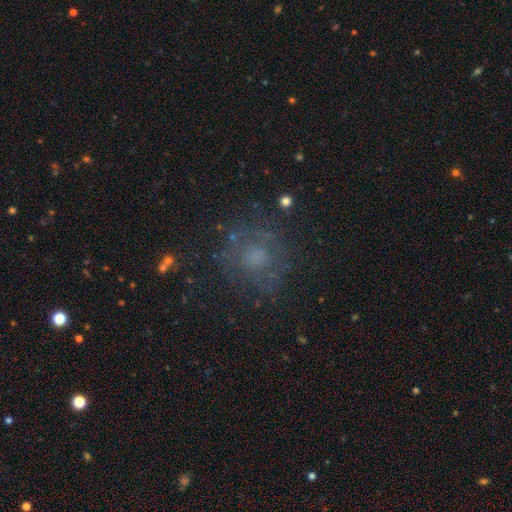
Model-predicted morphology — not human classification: Smooth or featured? featured or disk (46%)
Merging? none (71%)